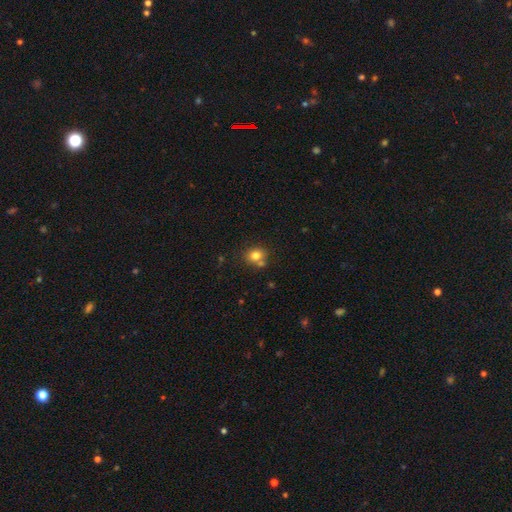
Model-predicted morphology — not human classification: A smooth galaxy with no disk features (79%) that is round (74%).

Vote fractions:
- Smooth or featured? smooth: 79% / star or artifact: 12% / featured or disk: 9%
- How rounded? round: 74% / in between: 25% / cigar-shaped: 1%
- Merging? none: 66% / merger: 18% / minor disturbance: 13% / major disturbance: 4%